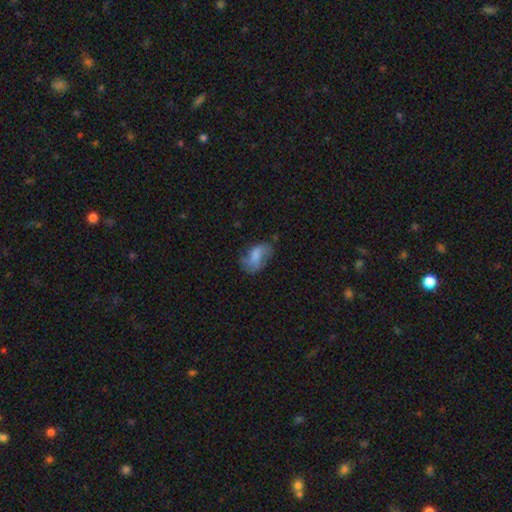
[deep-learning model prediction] Overall: smooth (58%; featured or disk 33%). How rounded: in between (88%). Merging: none (48%; minor disturbance 30%).